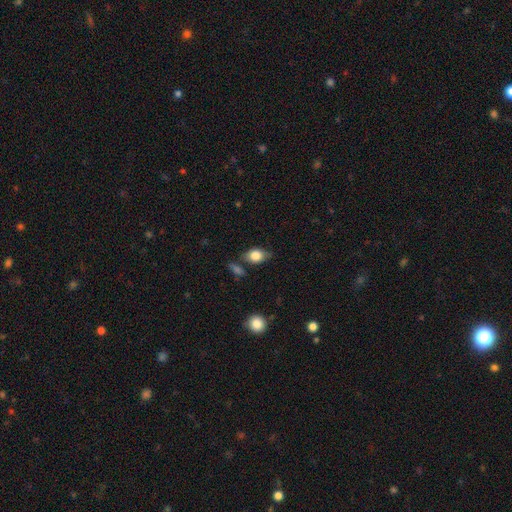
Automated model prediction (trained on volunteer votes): smooth 75%, featured or disk 17%, star or artifact 8%. Down the decision tree: how rounded — in between (73%); merging — none (65%).